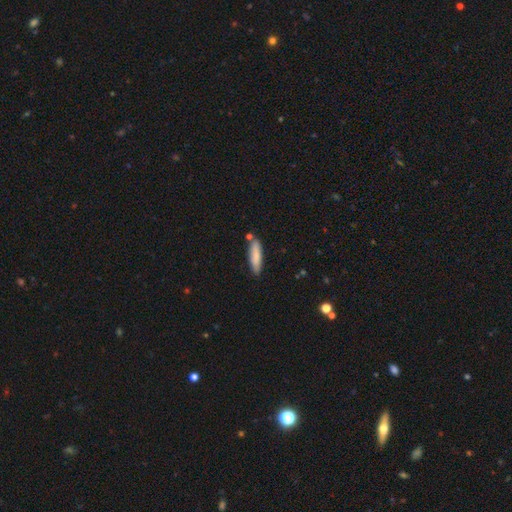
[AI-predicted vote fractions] A smooth galaxy with no disk features (82%) that is cigar-shaped (73%).

Vote fractions:
- Smooth or featured? smooth: 82% / featured or disk: 12% / star or artifact: 6%
- How rounded? cigar-shaped: 73% / in between: 26% / round: 1%
- Merging? none: 79% / minor disturbance: 13% / merger: 6% / major disturbance: 2%